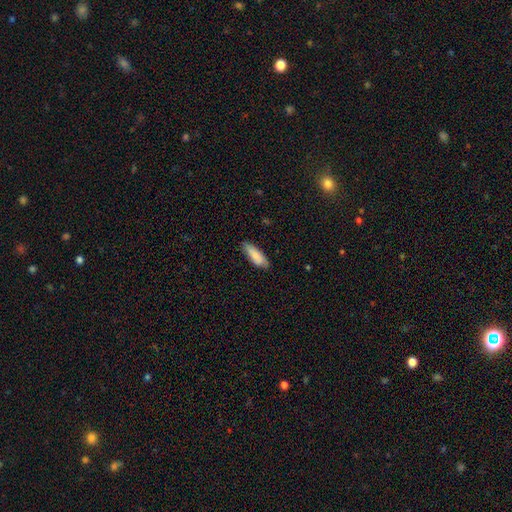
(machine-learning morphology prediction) Q: Smooth or featured?
A: smooth (82%); runner-up: featured or disk (12%)
Q: How rounded?
A: in between (57%); runner-up: cigar-shaped (41%)
Q: Merging?
A: none (78%); runner-up: minor disturbance (18%)